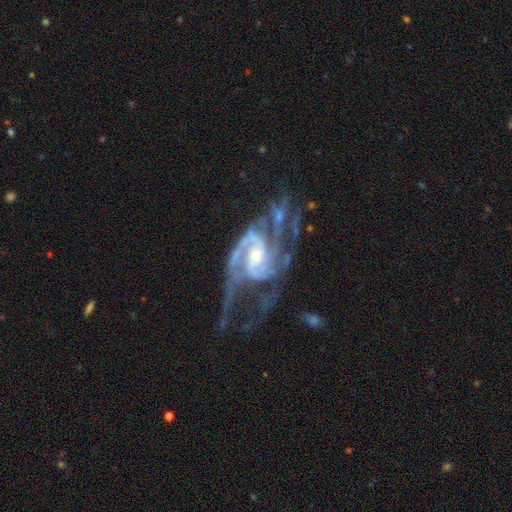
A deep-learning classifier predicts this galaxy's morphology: Smooth or featured? Predicted: featured or disk (p=0.91). Edge-on disk? Predicted: no (p=0.97). Bar? Predicted: no (p=0.44). Spiral arms? Predicted: yes (p=0.97). Spiral winding? Predicted: medium (p=0.47). Spiral arm count? Predicted: 2 (p=0.45). Bulge size? Predicted: moderate (p=0.52). Merging? Predicted: major disturbance (p=0.48).